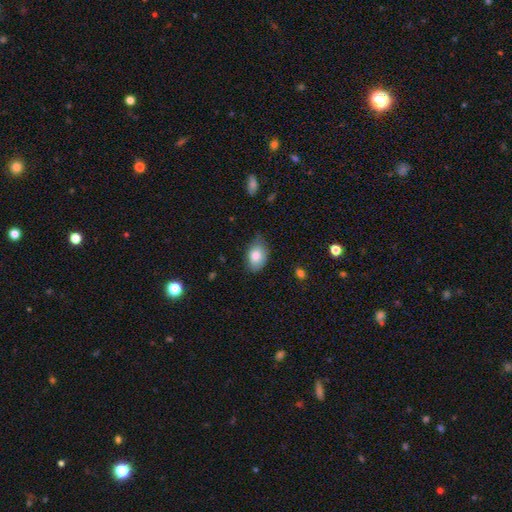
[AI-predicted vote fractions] This appears to be a smooth galaxy with no disk features (82%) that is in between round and cigar-shaped (87%). Merging: none (63%).